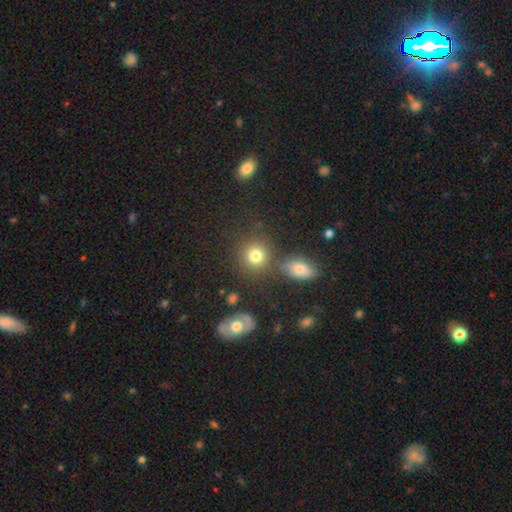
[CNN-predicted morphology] Smooth or featured?
  - smooth: 78% *
  - star or artifact: 13%
  - featured or disk: 9%
How rounded?
  - round: 84% *
  - in between: 14%
  - cigar-shaped: 1%
Merging?
  - none: 74% *
  - merger: 13%
  - minor disturbance: 9%
  - major disturbance: 4%